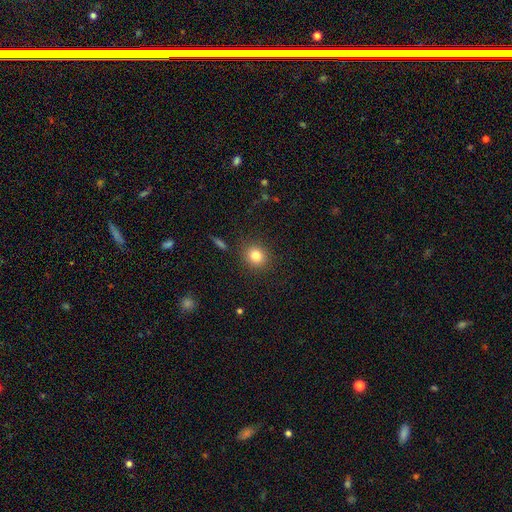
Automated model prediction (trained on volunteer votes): smooth_or_featured: smooth (p=0.82) [alt: star or artifact p=0.11]
how_rounded: round (p=0.79) [alt: in between p=0.20]
merging: none (p=0.88) [alt: minor disturbance p=0.08]